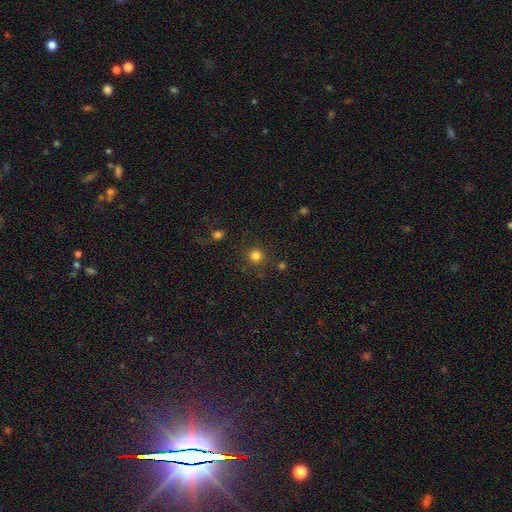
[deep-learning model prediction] smooth 81%, star or artifact 14%, featured or disk 5%. Down the decision tree: how rounded — round (93%); merging — none (85%).